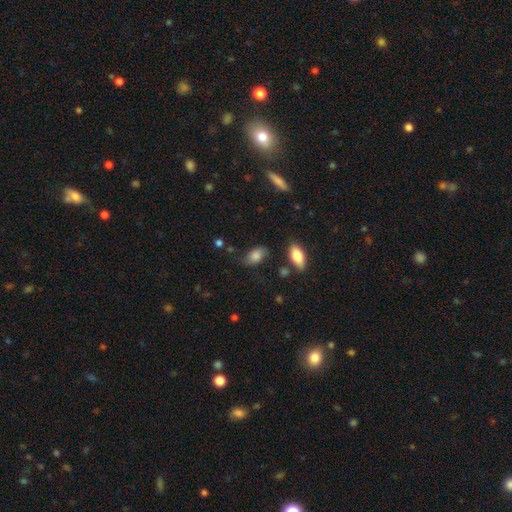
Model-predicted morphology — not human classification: type=smooth (83%); roundness=in between (90%); merging=none (68%).